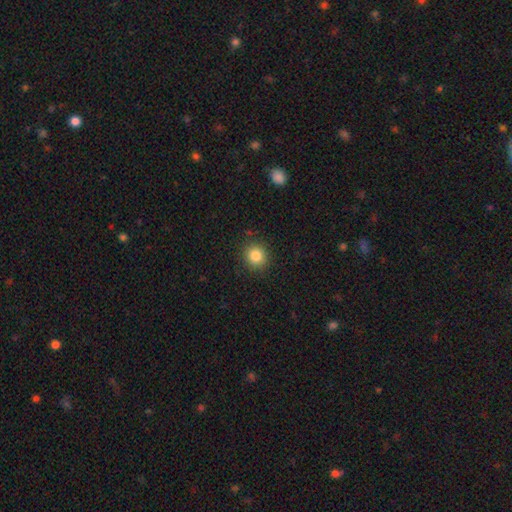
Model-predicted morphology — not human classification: Smooth or featured?
  - smooth: 84% *
  - star or artifact: 11%
  - featured or disk: 5%
How rounded?
  - round: 88% *
  - in between: 12%
  - cigar-shaped: 1%
Merging?
  - none: 90% *
  - minor disturbance: 7%
  - major disturbance: 2%
  - merger: 1%